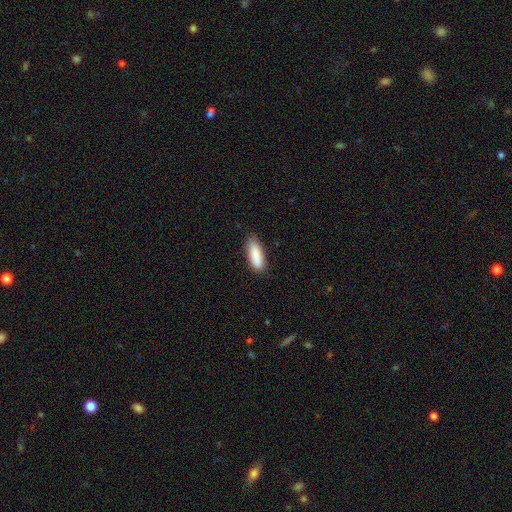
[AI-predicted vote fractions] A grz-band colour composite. It shows a smooth galaxy with no disk features (89%) that is in between round and cigar-shaped (65%). Merging: none (80%).